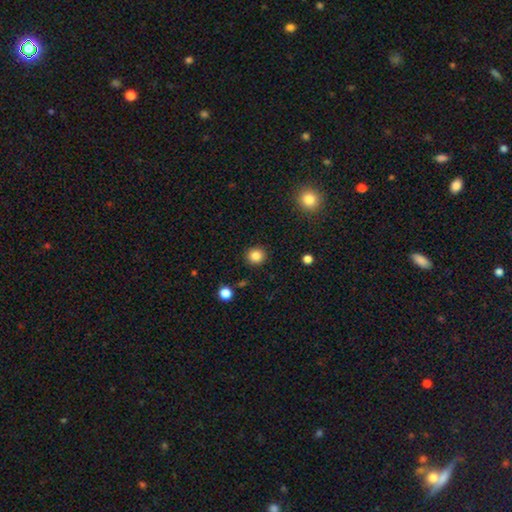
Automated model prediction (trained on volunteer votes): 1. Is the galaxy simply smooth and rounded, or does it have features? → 84% smooth, 11% star or artifact, 5% featured or disk.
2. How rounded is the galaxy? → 91% round, 8% in between, 1% cigar-shaped.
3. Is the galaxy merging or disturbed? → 91% none, 6% minor disturbance, 2% major disturbance, 1% merger.